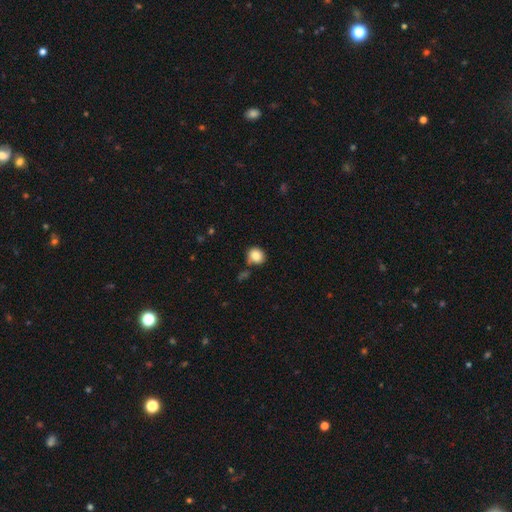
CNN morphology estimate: A smooth galaxy with no disk features (84%) that is round (79%). Merging: none (68%).